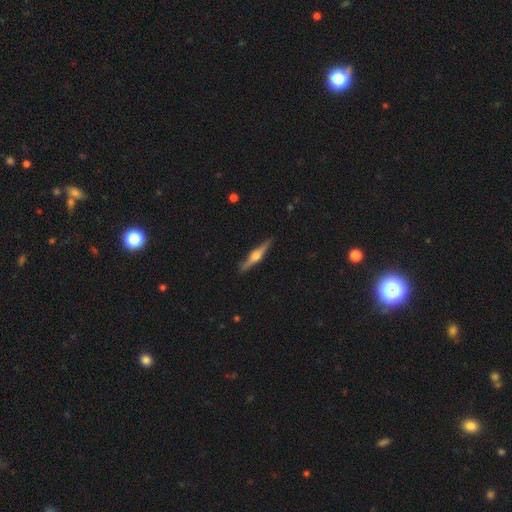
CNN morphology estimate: featured or disk 73%, smooth 22%, star or artifact 5%. Down the decision tree: edge-on disk — yes (98%); edge-on bulge — rounded (93%); merging — none (90%).